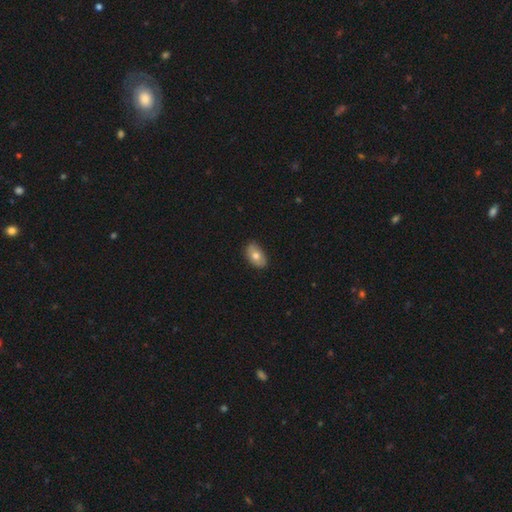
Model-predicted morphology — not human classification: Smooth or featured?
  - smooth: 73% *
  - featured or disk: 20%
  - star or artifact: 7%
How rounded?
  - in between: 91% *
  - round: 7%
  - cigar-shaped: 2%
Merging?
  - none: 81% *
  - minor disturbance: 16%
  - major disturbance: 2%
  - merger: 1%